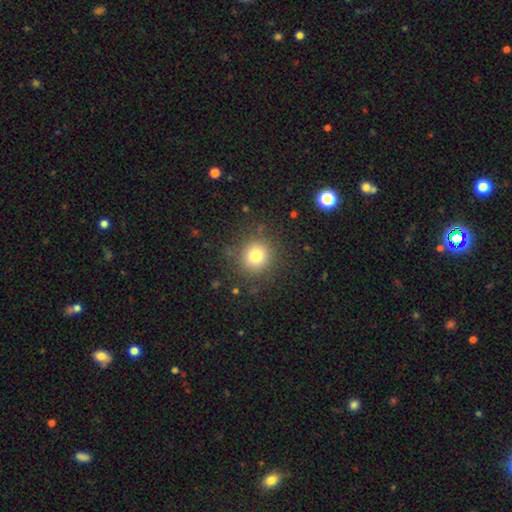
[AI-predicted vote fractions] The model was most divided on "smooth or featured": smooth: 77%, star or artifact: 14%, featured or disk: 9%. More confident: how rounded — round (89%); merging — none (86%).